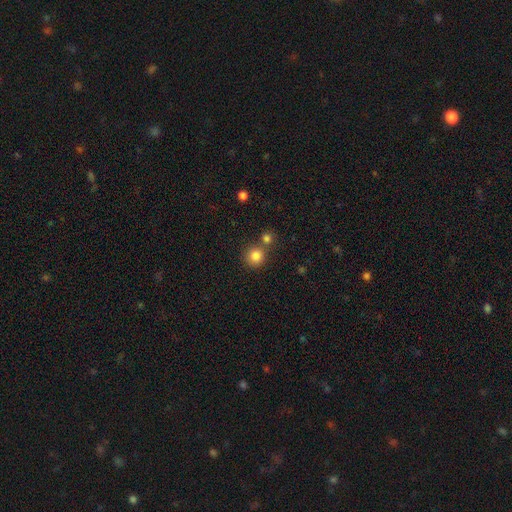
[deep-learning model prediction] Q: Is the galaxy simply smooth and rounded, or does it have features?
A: smooth — 82%.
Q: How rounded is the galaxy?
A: round — 92%.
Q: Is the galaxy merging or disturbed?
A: none — 66%.